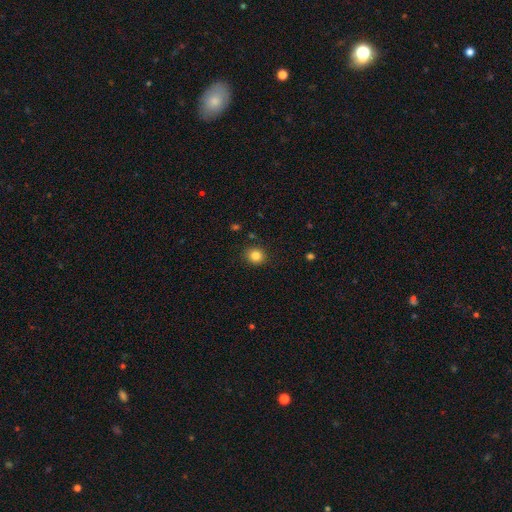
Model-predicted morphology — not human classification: Q: Smooth or featured?
A: smooth (84%); runner-up: star or artifact (11%)
Q: How rounded?
A: round (84%); runner-up: in between (15%)
Q: Merging?
A: none (89%); runner-up: minor disturbance (7%)